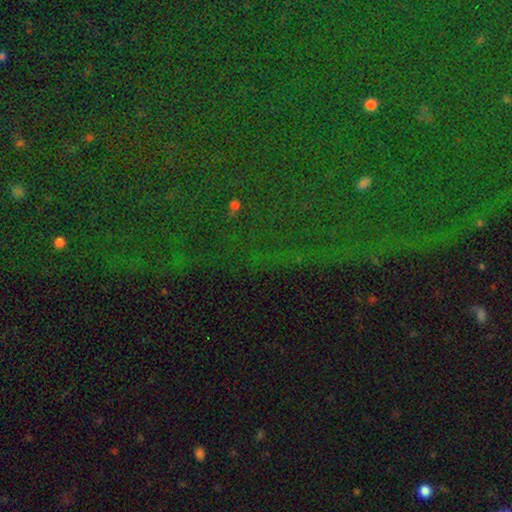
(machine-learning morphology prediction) Smooth or featured: star or artifact — 82% (smooth — 9%)